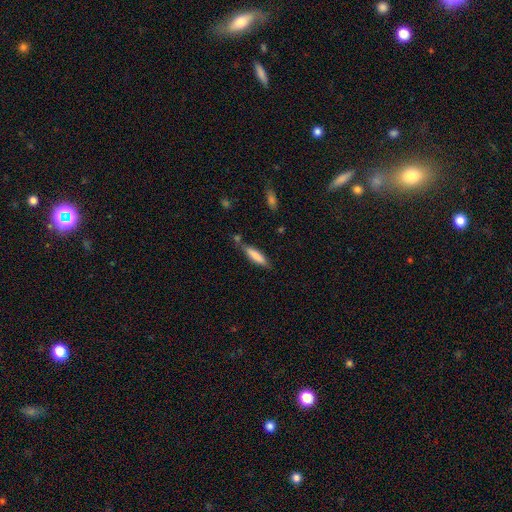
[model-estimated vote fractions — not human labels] Smooth or featured? smooth (78%)
How rounded? cigar-shaped (73%)
Merging? none (66%)